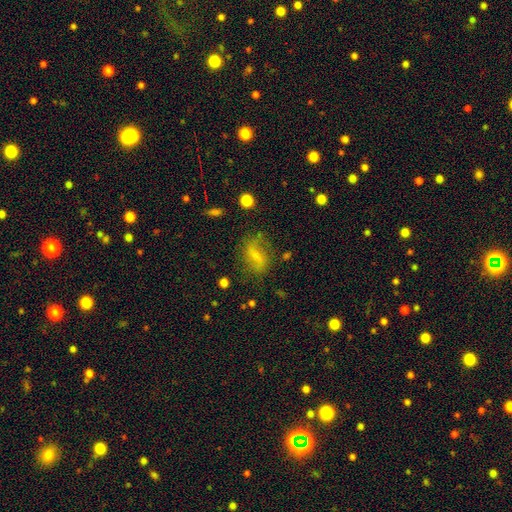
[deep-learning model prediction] This appears to be a smooth galaxy with no disk features (48%). Merging: none (66%).